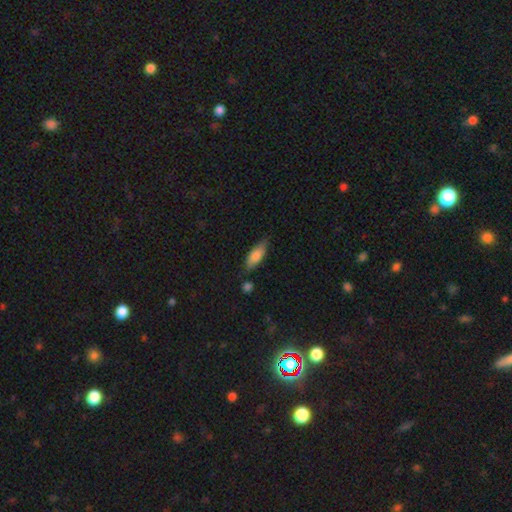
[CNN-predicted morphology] A smooth galaxy with no disk features (78%) that is in between round and cigar-shaped (72%).

Vote fractions:
- Smooth or featured? smooth: 78% / featured or disk: 15% / star or artifact: 6%
- How rounded? in between: 72% / cigar-shaped: 26% / round: 2%
- Merging? none: 69% / minor disturbance: 22% / merger: 5% / major disturbance: 4%